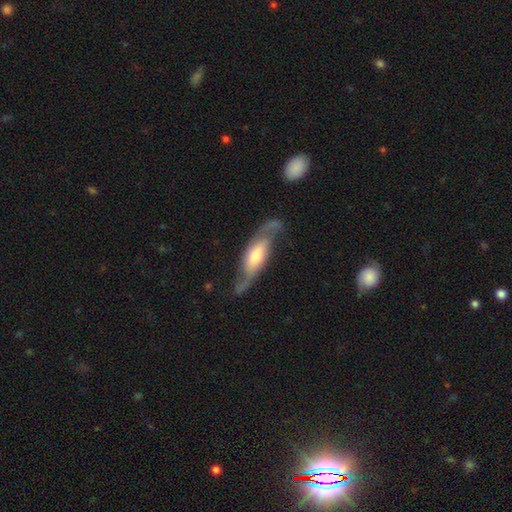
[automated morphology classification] Smooth or featured: featured or disk — 76% (smooth — 18%)
Edge-on disk: no — 79% (yes — 21%)
Bar: no — 50% (weak — 33%)
Spiral arms: yes — 91% (no — 9%)
Spiral winding: loose — 52% (medium — 36%)
Spiral arm count: 2 — 89% (can't tell — 6%)
Bulge size: moderate — 46% (small — 24%)
Merging: none — 67% (minor disturbance — 19%)